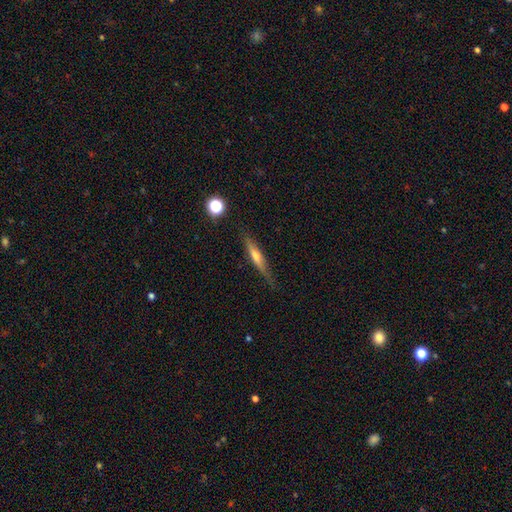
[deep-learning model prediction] Smooth or featured?
  - featured or disk: 50% *
  - smooth: 43%
  - star or artifact: 8%
Merging?
  - none: 78% *
  - minor disturbance: 16%
  - major disturbance: 4%
  - merger: 2%